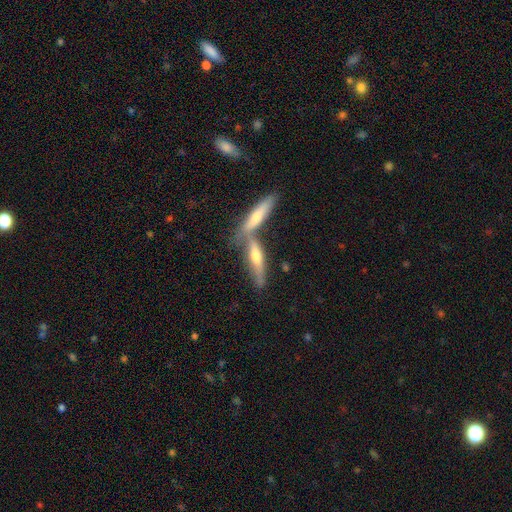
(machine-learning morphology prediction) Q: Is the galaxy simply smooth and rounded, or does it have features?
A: featured or disk — 53%.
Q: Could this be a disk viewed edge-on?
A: yes — 88%.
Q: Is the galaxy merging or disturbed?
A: none — 45%.